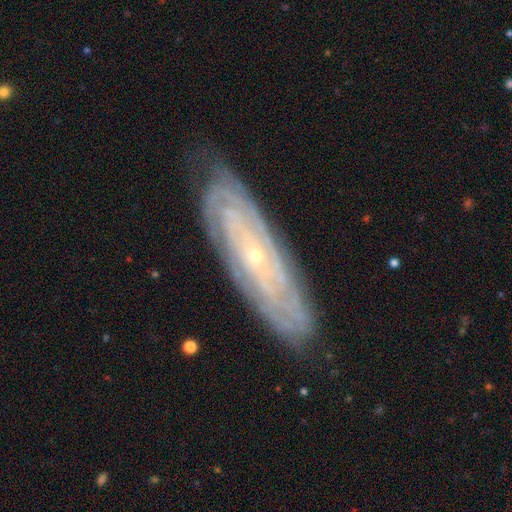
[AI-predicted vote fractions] Morphology: type=featured or disk (84%); edge-on=no (82%); bar=no (74%); spiral arms=yes (94%); winding=tight (83%); arm count=can't tell (48%); bulge=small (83%); merging=none (81%).